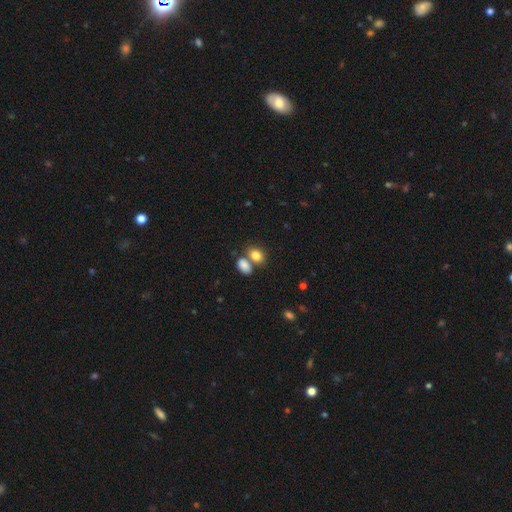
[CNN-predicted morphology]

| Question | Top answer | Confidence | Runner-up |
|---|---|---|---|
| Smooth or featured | smooth | 83% | star or artifact (9%) |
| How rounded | in between | 76% | round (23%) |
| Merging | merger | 45% | none (42%) |